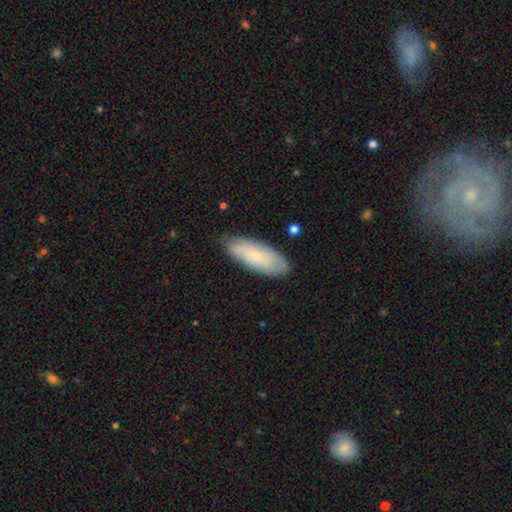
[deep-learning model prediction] smooth-or-featured: smooth: 61% | featured or disk: 33% | star or artifact: 7%
  how-rounded: in between: 75% | cigar-shaped: 23% | round: 2%
  merging: none: 79% | minor disturbance: 16% | major disturbance: 3% | merger: 1%